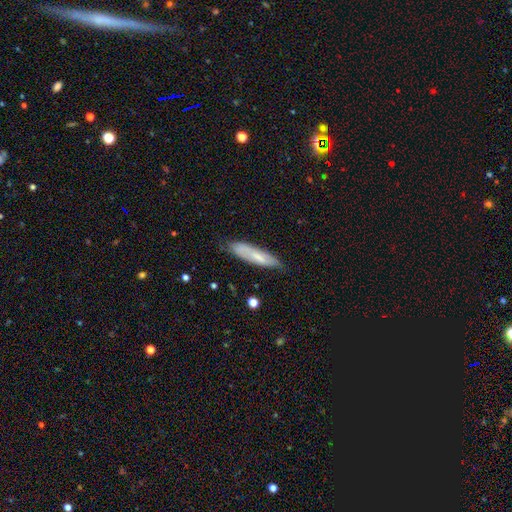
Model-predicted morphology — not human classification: This appears to be a smooth galaxy with no disk features (62%) that is cigar-shaped (73%). Merging: none (75%).